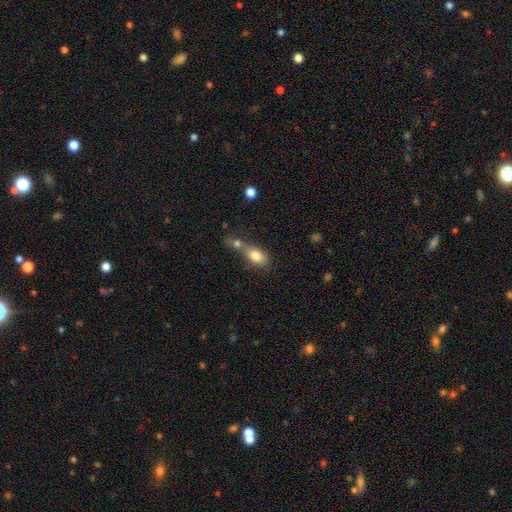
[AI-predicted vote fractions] Smooth or featured? smooth (80%)
How rounded? in between (78%)
Merging? merger (54%)